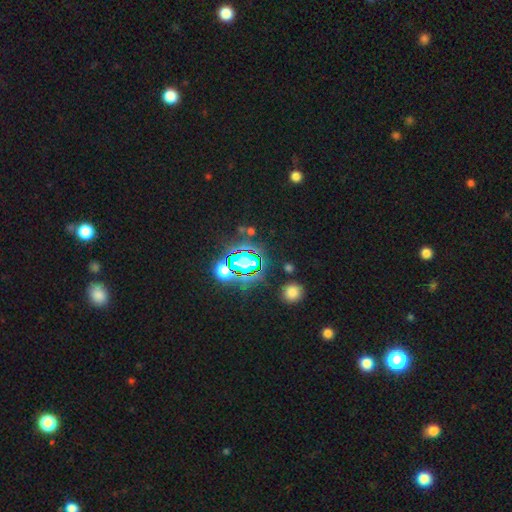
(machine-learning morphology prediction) smooth-or-featured: star or artifact: 74% | smooth: 17% | featured or disk: 9%